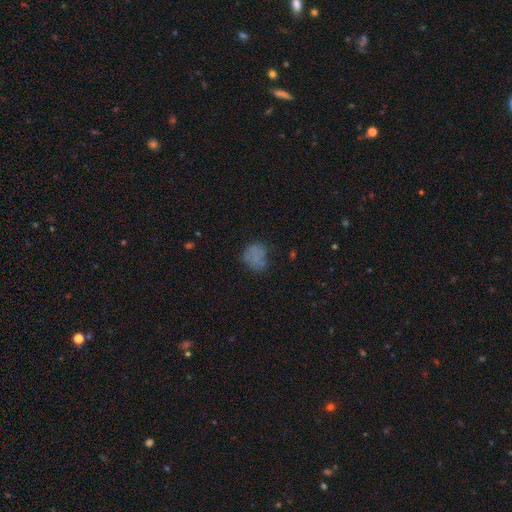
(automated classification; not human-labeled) This appears to be a smooth galaxy with no disk features (64%) that is round (64%). Merging: none (55%).